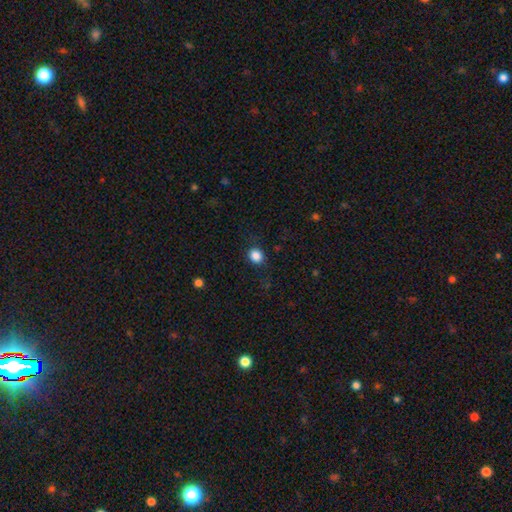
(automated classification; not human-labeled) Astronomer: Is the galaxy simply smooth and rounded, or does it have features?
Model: smooth — 86%.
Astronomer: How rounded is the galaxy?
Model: round — 74%.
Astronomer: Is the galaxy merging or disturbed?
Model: none — 86%.